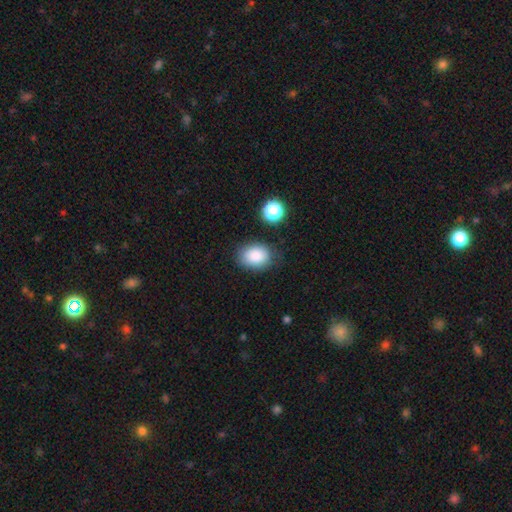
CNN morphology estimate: smooth_or_featured: smooth (p=0.86) [alt: star or artifact p=0.09]
how_rounded: in between (p=0.64) [alt: round p=0.35]
merging: none (p=0.80) [alt: minor disturbance p=0.13]